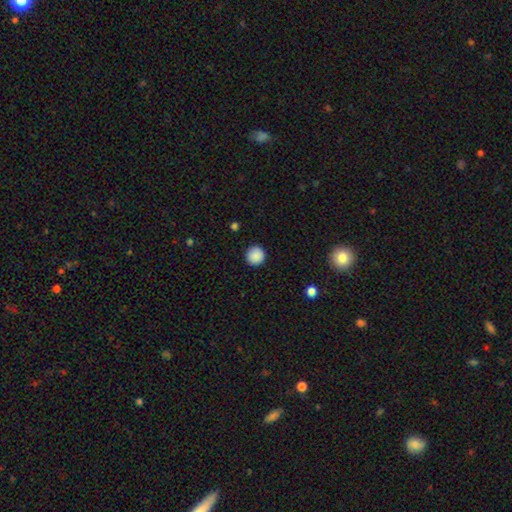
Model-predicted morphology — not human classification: A smooth galaxy with no disk features (89%) that is round (96%). Merging: none (92%).